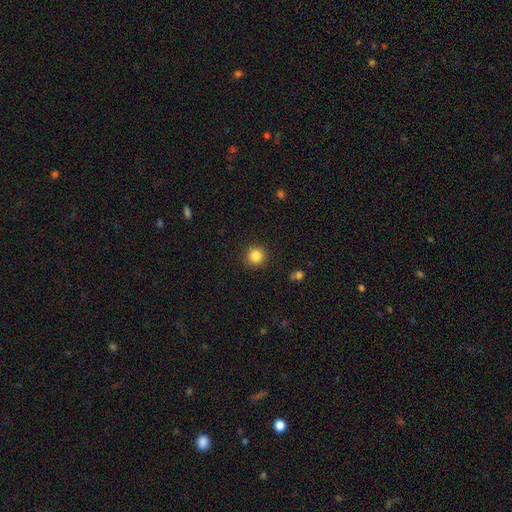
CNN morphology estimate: A smooth galaxy with no disk features (85%) that is round (94%).

Vote fractions:
- Smooth or featured? smooth: 85% / star or artifact: 11% / featured or disk: 5%
- How rounded? round: 94% / in between: 5% / cigar-shaped: 1%
- Merging? none: 91% / minor disturbance: 6% / major disturbance: 2% / merger: 1%